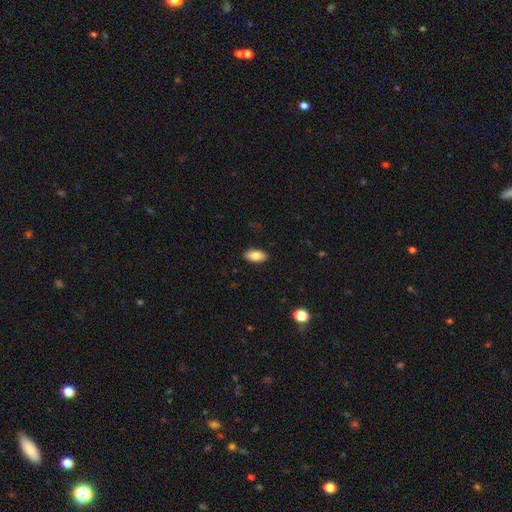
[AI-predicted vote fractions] smooth-or-featured: smooth: 84% | featured or disk: 9% | star or artifact: 7%
  how-rounded: in between: 92% | cigar-shaped: 6% | round: 3%
  merging: none: 89% | minor disturbance: 8% | major disturbance: 2% | merger: 1%